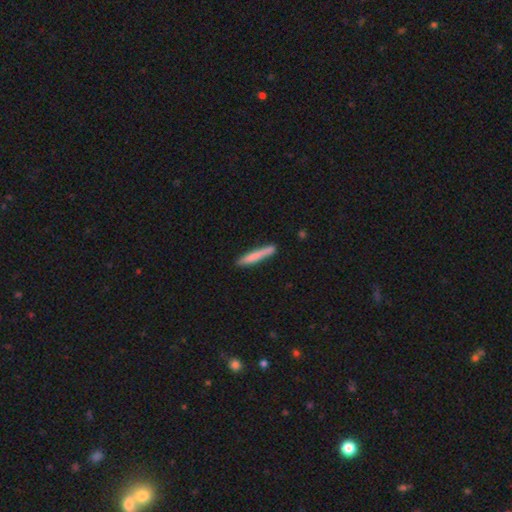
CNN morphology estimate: Smooth or featured? Predicted: smooth (p=0.76). How rounded? Predicted: cigar-shaped (p=0.95). Merging? Predicted: none (p=0.83).